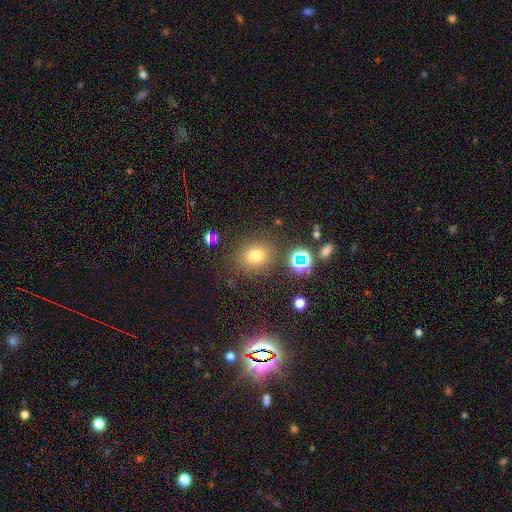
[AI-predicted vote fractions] A smooth galaxy with no disk features (72%) that is round (71%). Merging: none (82%).